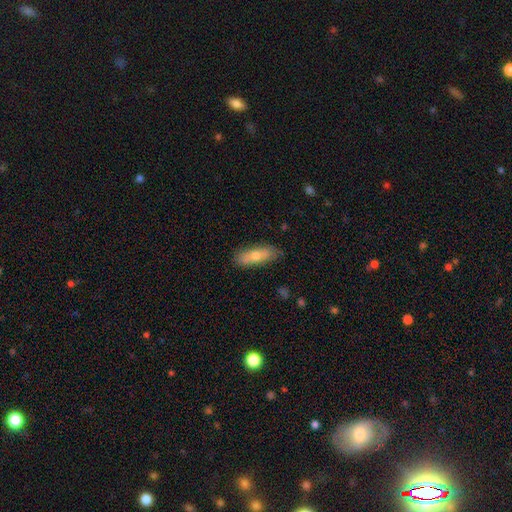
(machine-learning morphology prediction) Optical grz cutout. It shows a smooth galaxy with no disk features (62%) that is in between round and cigar-shaped (55%). Merging: none (81%).